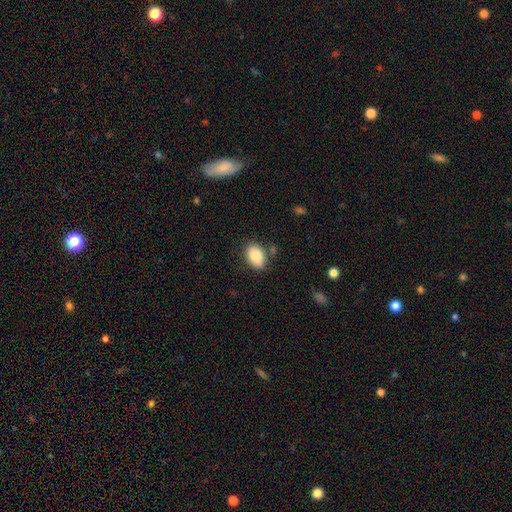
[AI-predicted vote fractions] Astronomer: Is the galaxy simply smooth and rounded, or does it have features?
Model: smooth — 86%.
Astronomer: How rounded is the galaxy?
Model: in between — 87%.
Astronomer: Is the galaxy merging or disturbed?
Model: none — 78%.